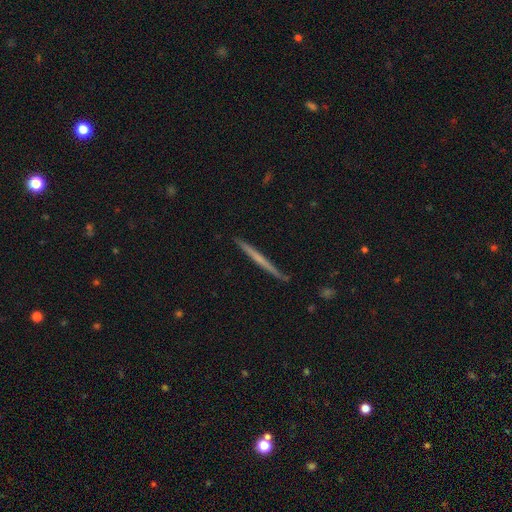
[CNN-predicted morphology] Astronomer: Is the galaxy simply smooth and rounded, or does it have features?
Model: featured or disk — 56% (runner-up: smooth, 38%).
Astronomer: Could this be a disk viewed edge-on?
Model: yes — 98%.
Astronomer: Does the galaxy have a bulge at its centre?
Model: none — 80%.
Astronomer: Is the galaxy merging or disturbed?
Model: none — 91%.